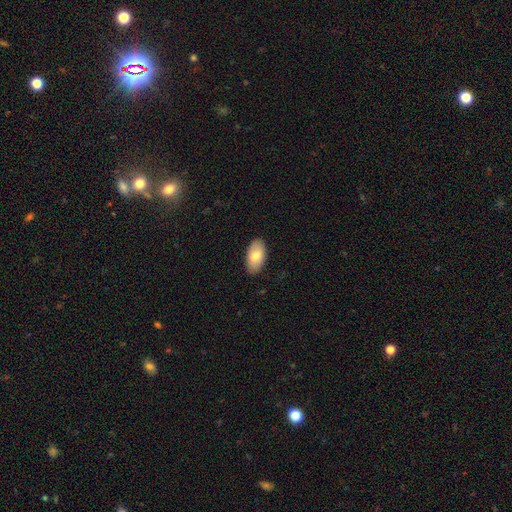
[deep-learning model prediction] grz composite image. It shows a smooth galaxy with no disk features (76%) that is in between round and cigar-shaped (95%). Merging: none (87%).